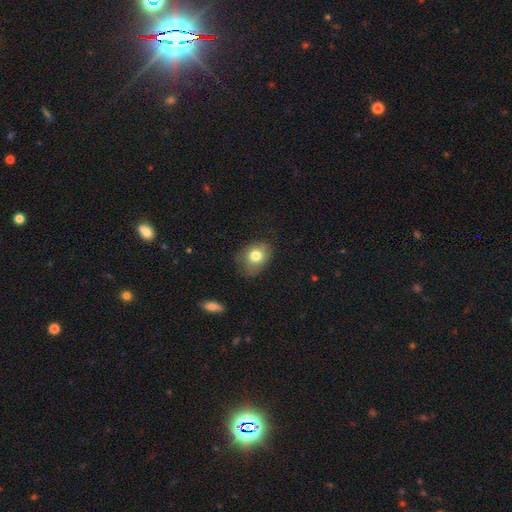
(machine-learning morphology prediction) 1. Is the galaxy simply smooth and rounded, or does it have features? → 77% smooth, 14% featured or disk, 9% star or artifact.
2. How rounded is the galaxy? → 56% in between, 43% round, 1% cigar-shaped.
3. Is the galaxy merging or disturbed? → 62% none, 27% minor disturbance, 9% major disturbance, 2% merger.